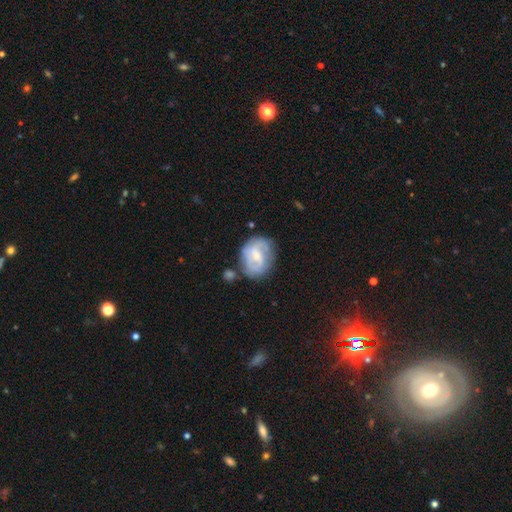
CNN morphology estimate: smooth_or_featured: featured or disk (p=0.71) [alt: smooth p=0.23]
disk_edge_on: no (p=0.97) [alt: yes p=0.03]
bar: weak (p=0.53) [alt: no p=0.28]
has_spiral_arms: yes (p=0.84) [alt: no p=0.16]
spiral_winding: medium (p=0.44) [alt: tight p=0.35]
spiral_arm_count: 2 (p=0.61) [alt: can't tell p=0.22]
bulge_size: small (p=0.56) [alt: moderate p=0.38]
merging: none (p=0.62) [alt: minor disturbance p=0.22]